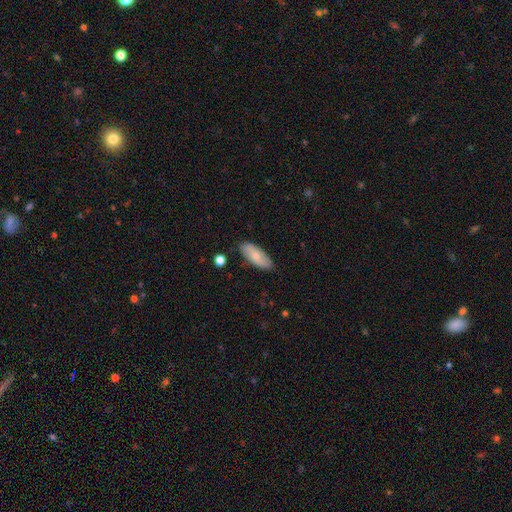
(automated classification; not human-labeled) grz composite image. It shows a smooth galaxy with no disk features (66%) that is in between round and cigar-shaped (83%). Merging: none (85%).